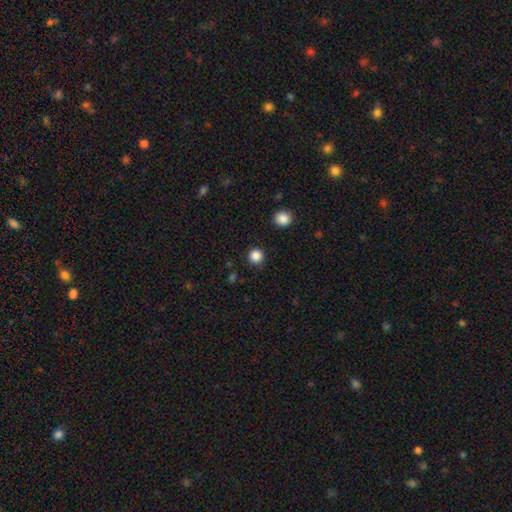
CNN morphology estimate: Smooth or featured: smooth — 85% (star or artifact — 12%)
How rounded: round — 95% (in between — 4%)
Merging: none — 91% (minor disturbance — 6%)